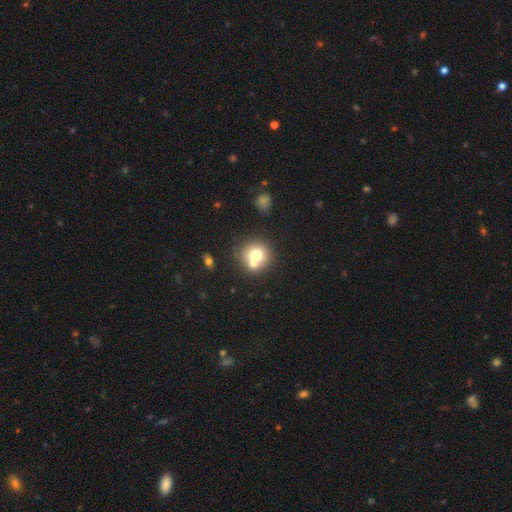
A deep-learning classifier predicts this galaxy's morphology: A smooth galaxy with no disk features (71%) that is round (88%).

Vote fractions:
- Smooth or featured? smooth: 71% / featured or disk: 18% / star or artifact: 11%
- How rounded? round: 88% / in between: 11% / cigar-shaped: 1%
- Merging? none: 53% / merger: 34% / minor disturbance: 10% / major disturbance: 4%